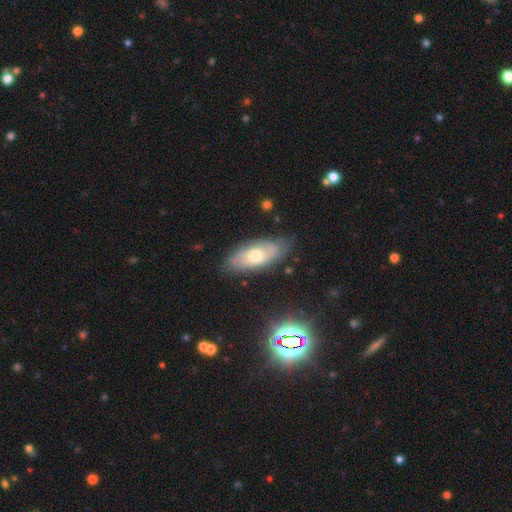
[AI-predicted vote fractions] Smooth or featured: featured or disk — 62% (smooth — 29%)
Edge-on disk: no — 87% (yes — 13%)
Bar: no — 70% (weak — 26%)
Spiral arms: yes — 83% (no — 17%)
Bulge size: moderate — 66% (small — 19%)
Merging: none — 74% (minor disturbance — 19%)